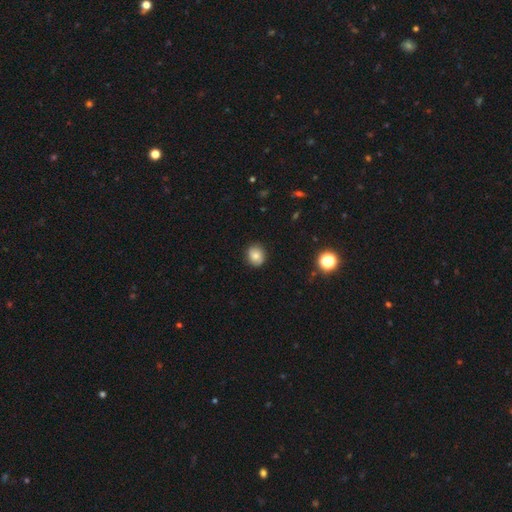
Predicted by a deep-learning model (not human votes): smooth_or_featured: smooth (p=0.80) [alt: star or artifact p=0.10]
how_rounded: round (p=0.67) [alt: in between p=0.32]
merging: none (p=0.86) [alt: minor disturbance p=0.10]